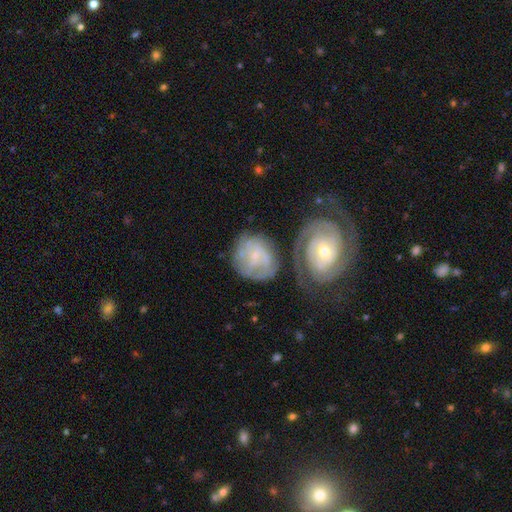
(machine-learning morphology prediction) smooth-or-featured: featured or disk: 72% | smooth: 22% | star or artifact: 7%
  disk-edge-on: no: 97% | yes: 3%
    bar: no: 58% | weak: 34% | strong: 8%
    has-spiral-arms: yes: 88% | no: 12%
      spiral-winding: tight: 61% | medium: 29% | loose: 10%
      spiral-arm-count: can't tell: 37% | 2: 23% | 3: 22% | 4: 8% | 1: 5% | more than 4: 5%
    bulge-size: small: 77% | moderate: 15% | none: 7% | large: 1% | dominant: 1%
  merging: none: 52% | merger: 21% | minor disturbance: 18% | major disturbance: 10%